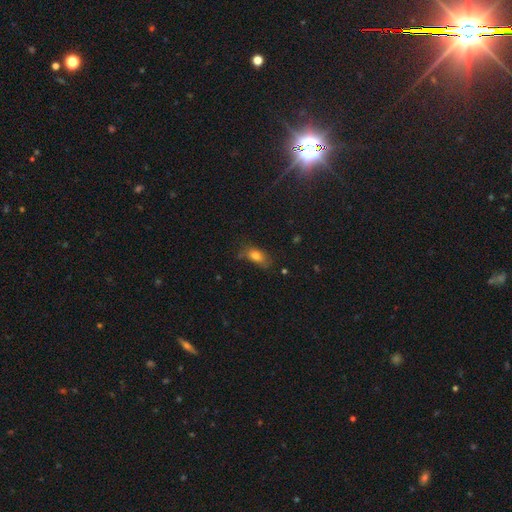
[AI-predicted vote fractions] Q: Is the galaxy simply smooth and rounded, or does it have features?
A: smooth — 78%.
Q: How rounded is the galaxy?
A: in between — 80%.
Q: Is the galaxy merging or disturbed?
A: none — 61%.